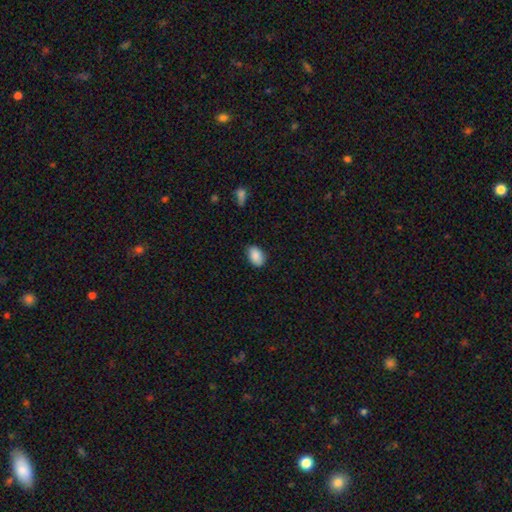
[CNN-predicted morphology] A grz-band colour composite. It shows a smooth galaxy with no disk features (89%) that is in between round and cigar-shaped (88%). Merging: none (85%).